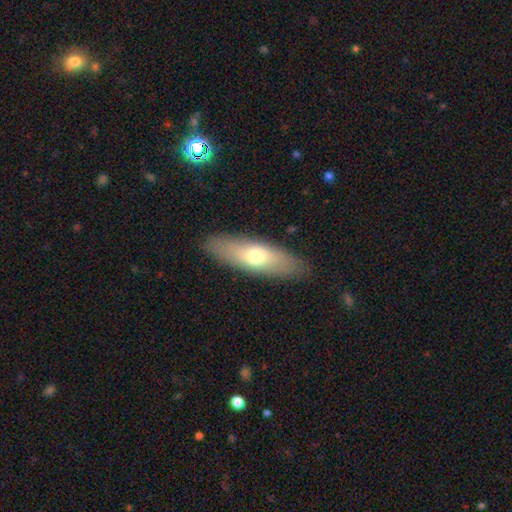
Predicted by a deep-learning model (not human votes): smooth-or-featured: smooth: 62% | featured or disk: 32% | star or artifact: 6%
  how-rounded: cigar-shaped: 51% | in between: 47% | round: 2%
  merging: none: 87% | minor disturbance: 9% | major disturbance: 2% | merger: 1%